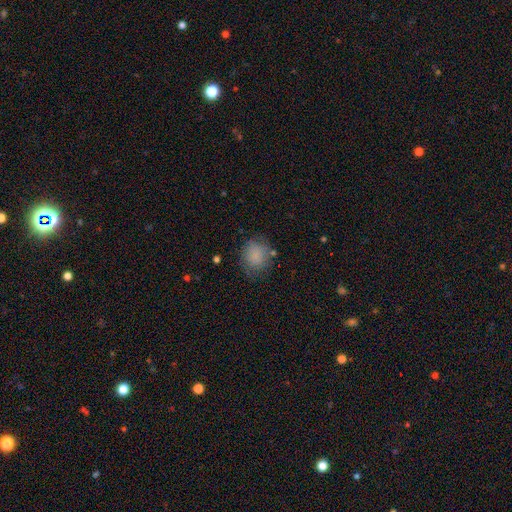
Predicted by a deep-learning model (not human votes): smooth 83%, star or artifact 9%, featured or disk 8%. Down the decision tree: how rounded — round (78%); merging — none (73%).